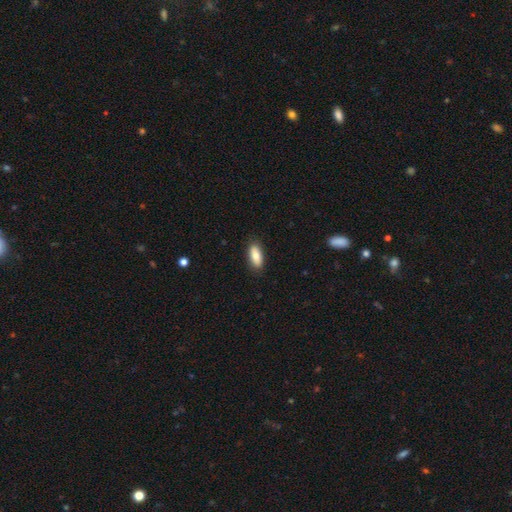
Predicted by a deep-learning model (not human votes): smooth 82%, featured or disk 11%, star or artifact 6%. Down the decision tree: how rounded — in between (85%); merging — none (87%).